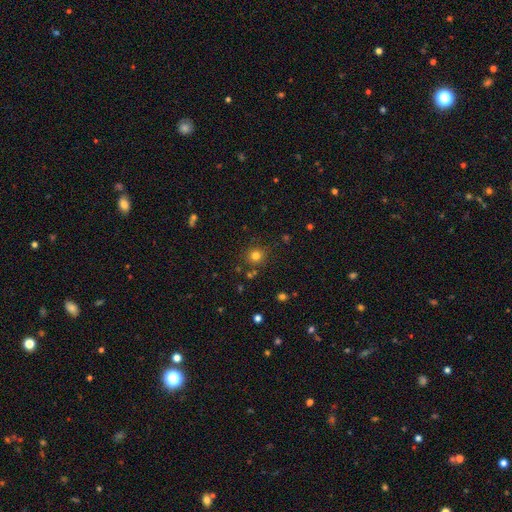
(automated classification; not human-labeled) Morphology: type=smooth (78%); roundness=round (91%); merging=none (84%).